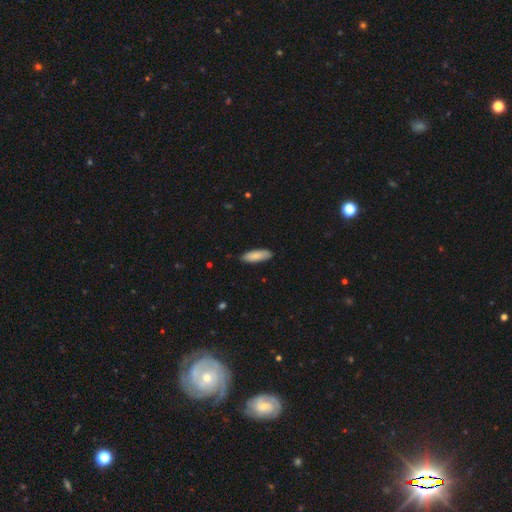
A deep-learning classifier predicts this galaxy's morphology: Smooth or featured? smooth (86%)
How rounded? in between (55%)
Merging? none (85%)